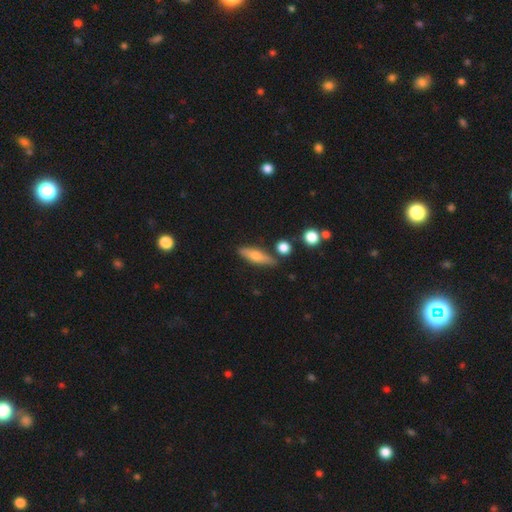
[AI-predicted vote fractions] Smooth or featured? Predicted: smooth (p=0.60). How rounded? Predicted: cigar-shaped (p=0.59). Merging? Predicted: none (p=0.79).